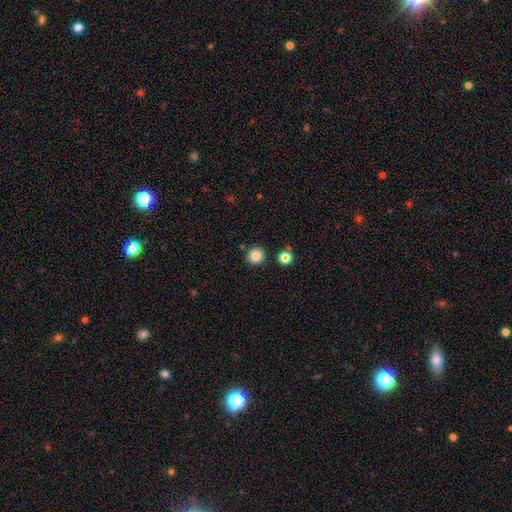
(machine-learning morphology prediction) Smooth or featured?
  - smooth: 85% *
  - star or artifact: 11%
  - featured or disk: 4%
How rounded?
  - round: 93% *
  - in between: 6%
  - cigar-shaped: 1%
Merging?
  - none: 89% *
  - minor disturbance: 6%
  - merger: 4%
  - major disturbance: 2%